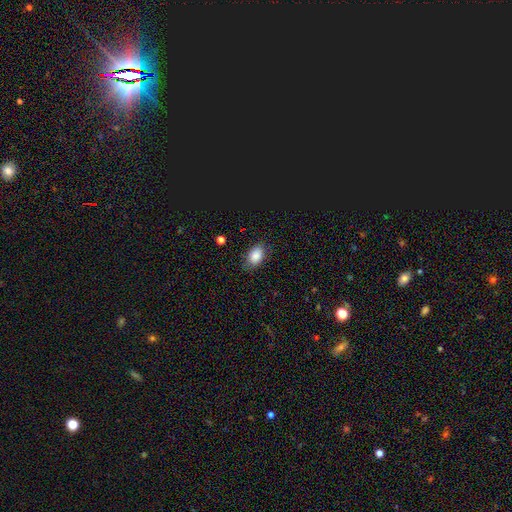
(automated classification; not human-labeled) The model was most divided on "merging": none: 78%, minor disturbance: 17%, major disturbance: 4%, merger: 1%. More confident: how rounded — in between (87%); smooth or featured — smooth (85%).